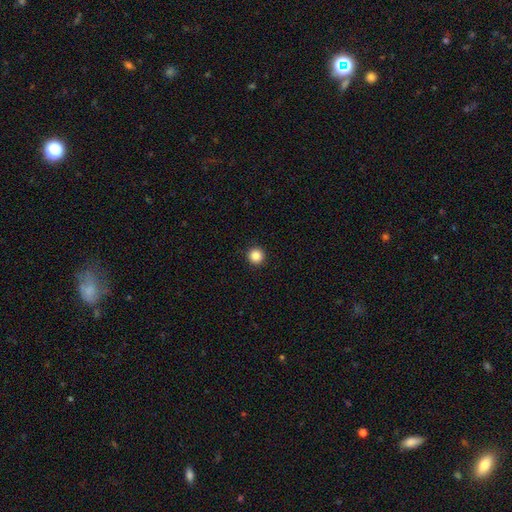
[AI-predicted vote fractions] smooth 86%, star or artifact 11%, featured or disk 3%. Down the decision tree: how rounded — round (96%); merging — none (93%).